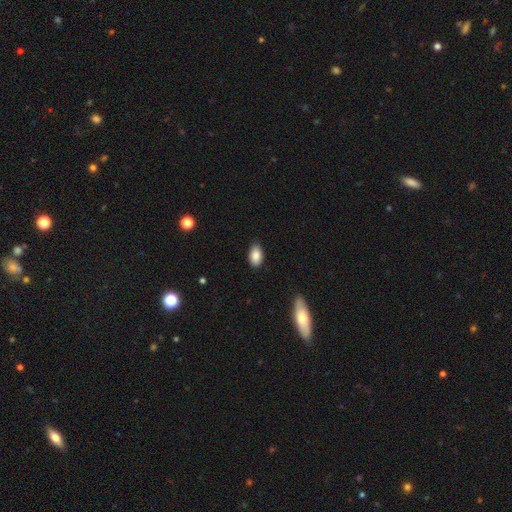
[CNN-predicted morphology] Overall: smooth (88%). How rounded: in between (92%). Merging: none (85%).